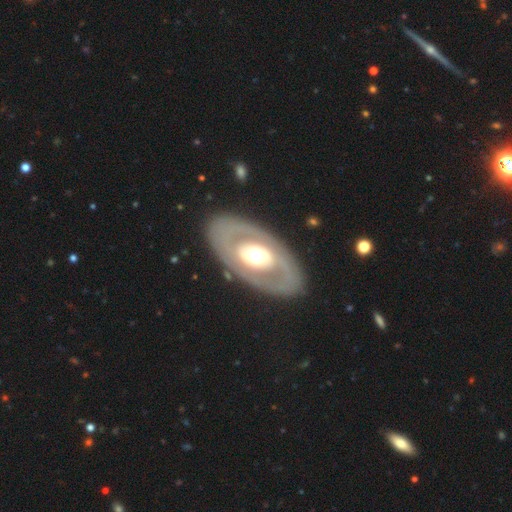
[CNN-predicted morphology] A featured or disk galaxy (66%) with no bar (80%), no spiral arms (79%) and a moderate central bulge (60%).

Vote fractions:
- Smooth or featured? featured or disk: 66% / smooth: 29% / star or artifact: 5%
- Edge-on disk? no: 90% / yes: 10%
- Bar? no: 80% / weak: 13% / strong: 7%
- Spiral arms? no: 79% / yes: 21%
- Bulge size? moderate: 60% / large: 29% / small: 6% / dominant: 3% / none: 1%
- Merging? none: 84% / minor disturbance: 10% / major disturbance: 5% / merger: 1%